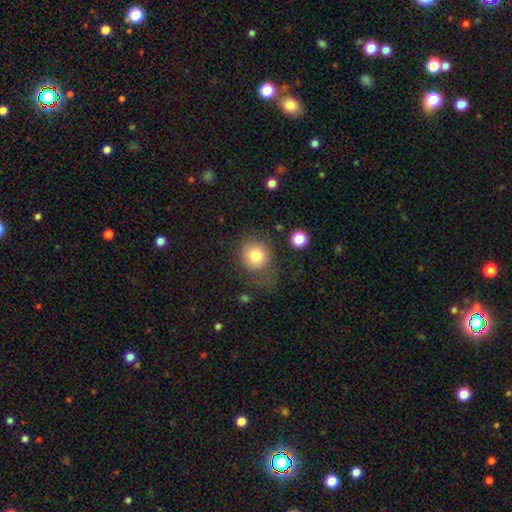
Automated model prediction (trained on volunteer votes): smooth_or_featured: smooth (p=0.79) [alt: featured or disk p=0.11]
how_rounded: round (p=0.79) [alt: in between p=0.20]
merging: none (p=0.56) [alt: minor disturbance p=0.22]